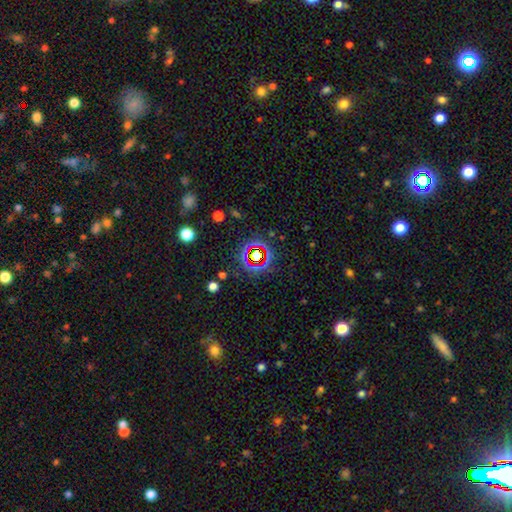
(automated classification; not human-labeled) Overall: star or artifact (67%).